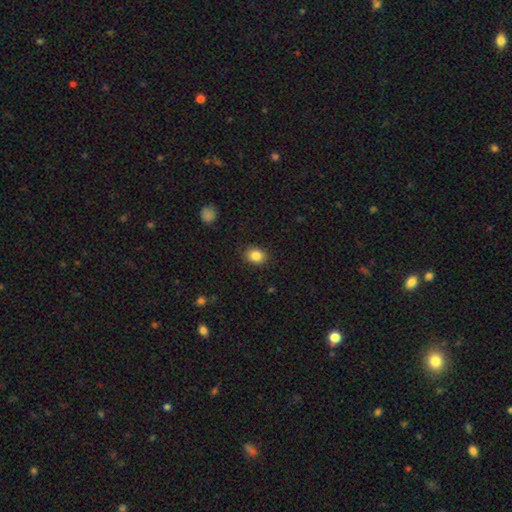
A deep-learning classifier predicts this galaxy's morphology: Smooth or featured? smooth (85%)
How rounded? in between (55%)
Merging? none (88%)